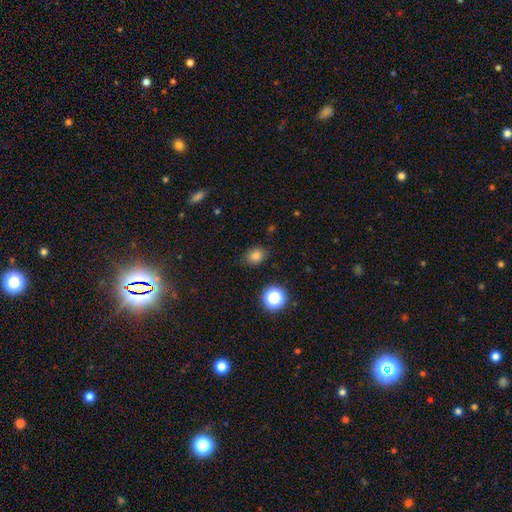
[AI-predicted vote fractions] smooth_or_featured: smooth (p=0.81) [alt: star or artifact p=0.15]
how_rounded: in between (p=0.51) [alt: round p=0.48]
merging: none (p=0.83) [alt: minor disturbance p=0.12]